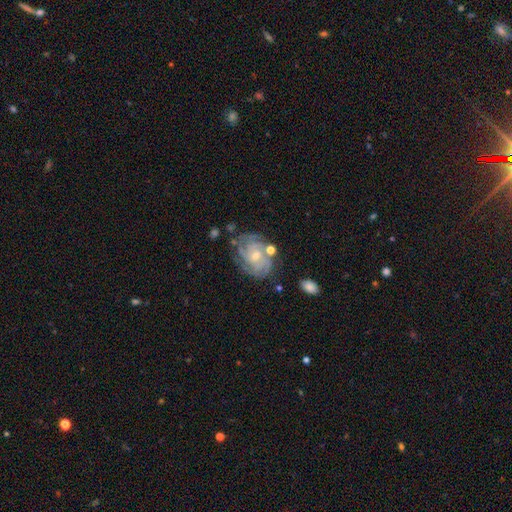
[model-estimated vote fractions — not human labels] The model was most divided on "spiral arm count": can't tell: 30%, 4: 23%, 3: 21%, 2: 12%, more than 4: 8%, 1: 6%. More confident: edge-on disk — no (97%); spiral arms — yes (96%); smooth or featured — featured or disk (84%); spiral winding — tight (70%); merging — none (69%); bar — no (67%); bulge size — small (62%).